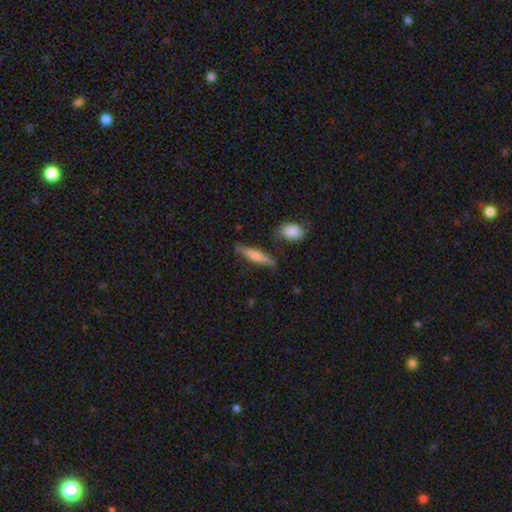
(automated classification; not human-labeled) Overall: smooth (57%; featured or disk 36%). How rounded: cigar-shaped (80%). Merging: none (75%).